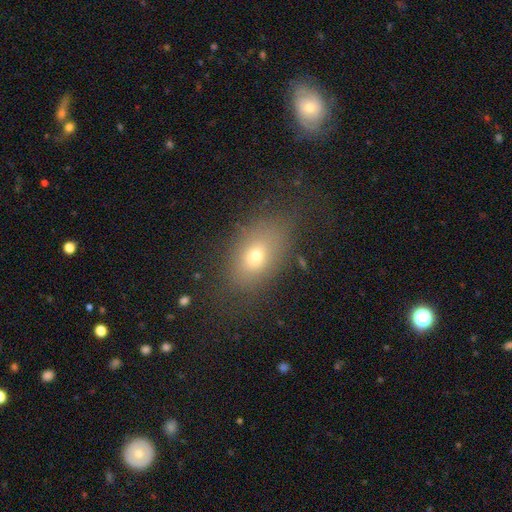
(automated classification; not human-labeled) Overall: smooth (68%). How rounded: in between (78%). Merging: none (72%).